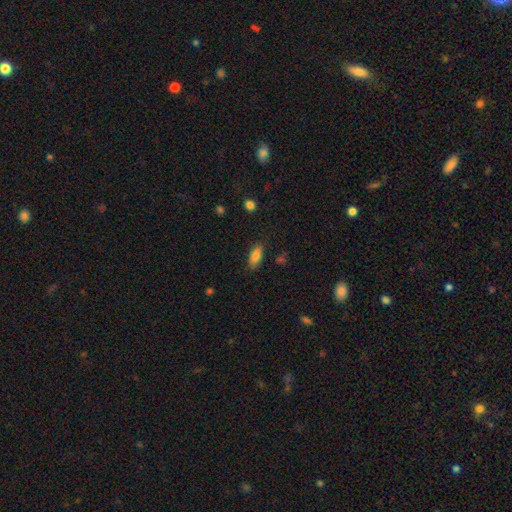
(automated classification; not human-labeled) Smooth or featured? smooth (83%)
How rounded? in between (81%)
Merging? none (84%)